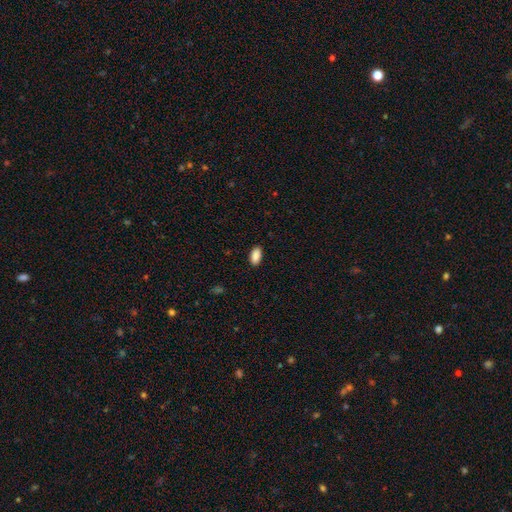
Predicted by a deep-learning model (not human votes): Smooth or featured? Predicted: smooth (p=0.90). How rounded? Predicted: in between (p=0.92). Merging? Predicted: none (p=0.89).